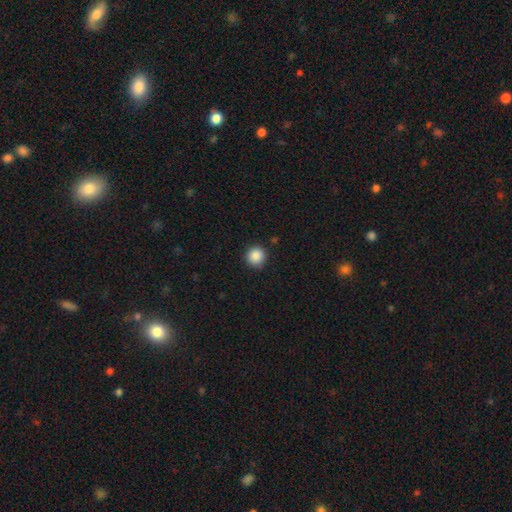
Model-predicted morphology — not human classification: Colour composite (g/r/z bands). It shows a smooth galaxy with no disk features (88%) that is round (93%). Merging: none (89%).